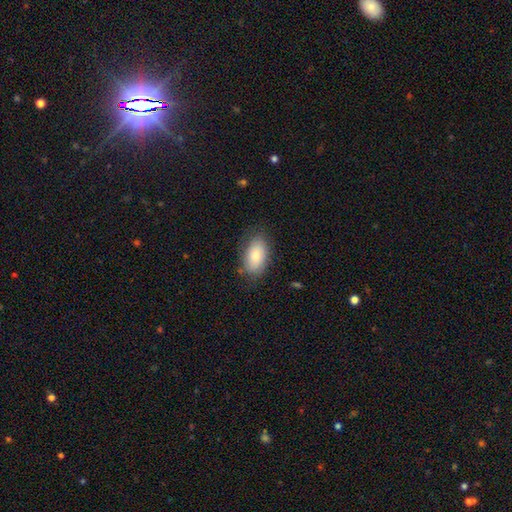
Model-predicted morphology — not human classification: This is likely a smooth galaxy (80%). How rounded: clearly in between (93%). Merging: likely none (77%).